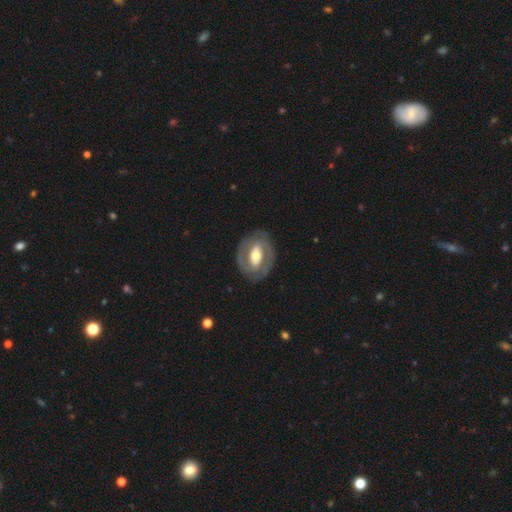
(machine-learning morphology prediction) featured or disk 73%, smooth 22%, star or artifact 5%. Down the decision tree: edge-on disk — no (96%); bar — strong (37%); spiral arms — yes (67%); bulge size — moderate (63%); merging — none (83%).